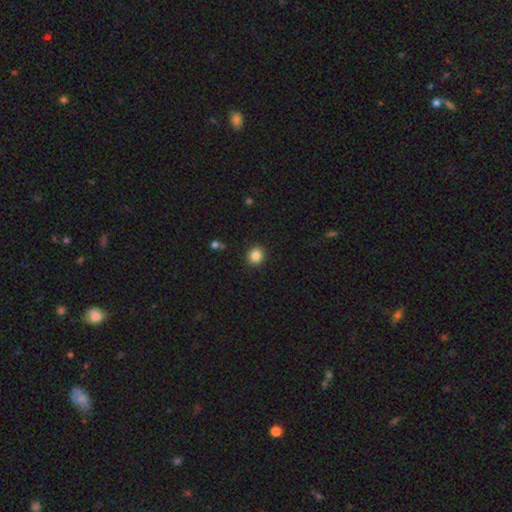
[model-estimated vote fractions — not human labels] Overall: smooth (85%). How rounded: round (89%). Merging: none (92%).